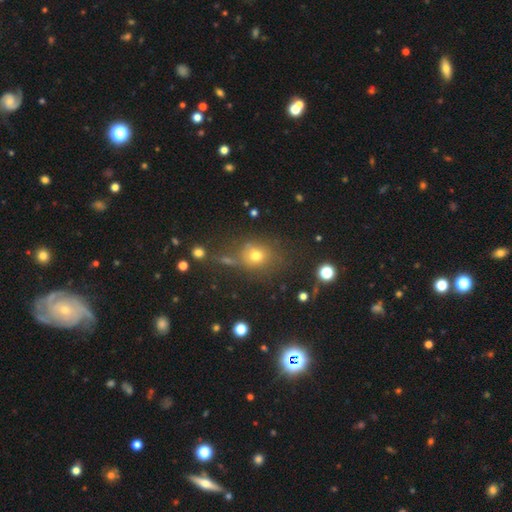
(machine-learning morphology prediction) smooth 67%, star or artifact 21%, featured or disk 12%. Down the decision tree: how rounded — round (71%); merging — none (66%).